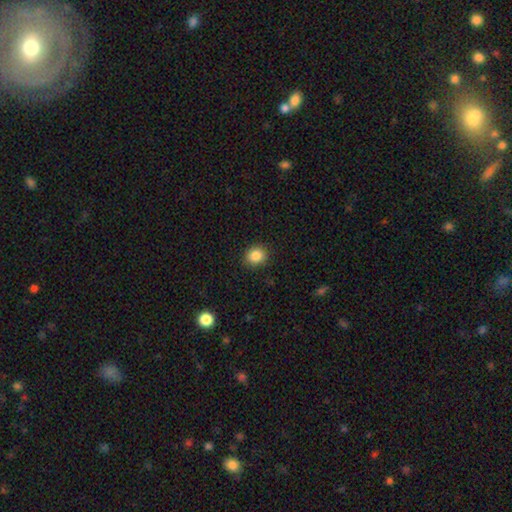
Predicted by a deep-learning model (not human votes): Smooth or featured? smooth (86%)
How rounded? round (72%)
Merging? none (89%)